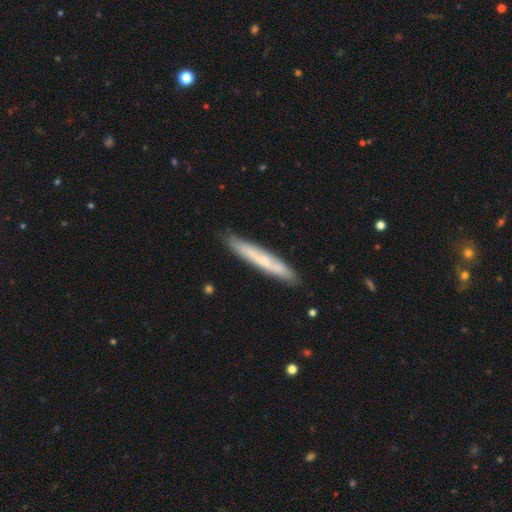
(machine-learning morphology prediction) A smooth galaxy with no disk features (51%) that is cigar-shaped (95%). Merging: none (88%).